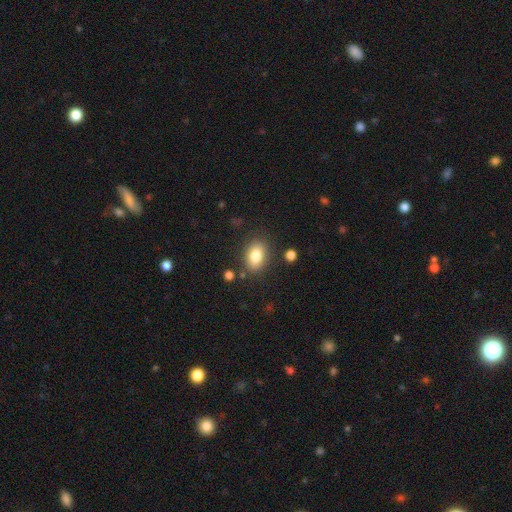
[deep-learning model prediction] smooth_or_featured: smooth (p=0.82) [alt: featured or disk p=0.09]
how_rounded: in between (p=0.80) [alt: round p=0.19]
merging: none (p=0.82) [alt: minor disturbance p=0.11]